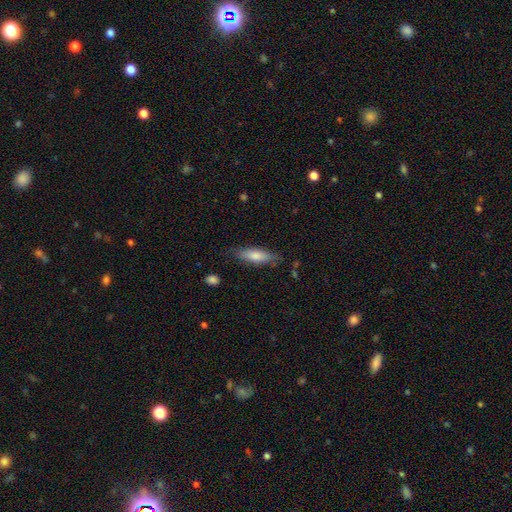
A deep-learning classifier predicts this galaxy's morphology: A smooth galaxy with no disk features (75%) that is cigar-shaped (52%).

Vote fractions:
- Smooth or featured? smooth: 75% / featured or disk: 19% / star or artifact: 6%
- How rounded? cigar-shaped: 52% / in between: 46% / round: 2%
- Merging? none: 77% / minor disturbance: 17% / major disturbance: 4% / merger: 2%